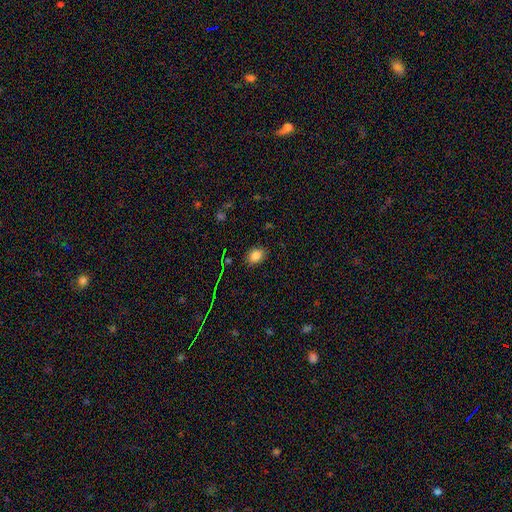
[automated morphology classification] type=smooth (82%); roundness=in between (60%); merging=none (87%).